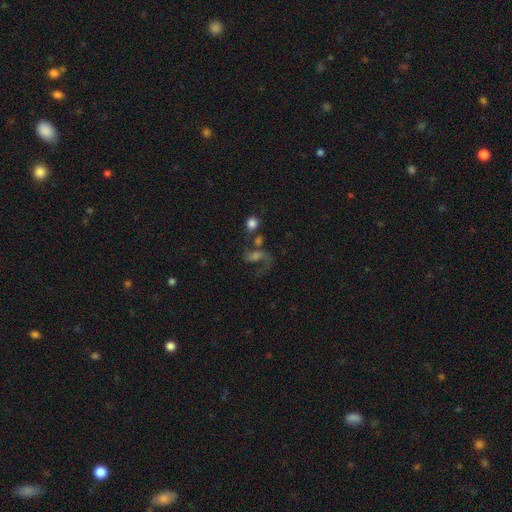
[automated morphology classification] type=featured or disk (54%); edge-on=no (96%); bar=no (53%); spiral arms=yes (82%); bulge=moderate (36%); merging=none (38%).